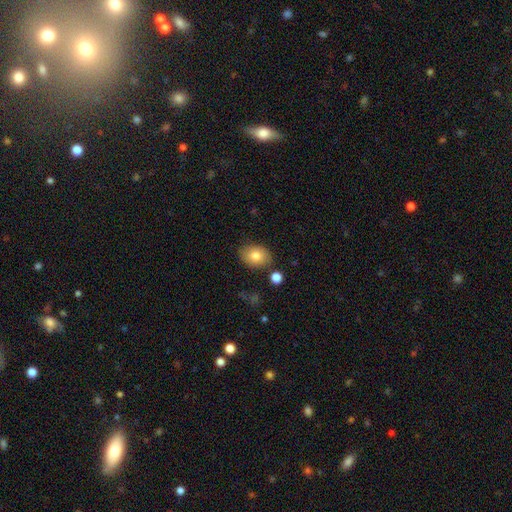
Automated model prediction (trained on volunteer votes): Morphology: type=smooth (80%); roundness=in between (69%); merging=none (80%).